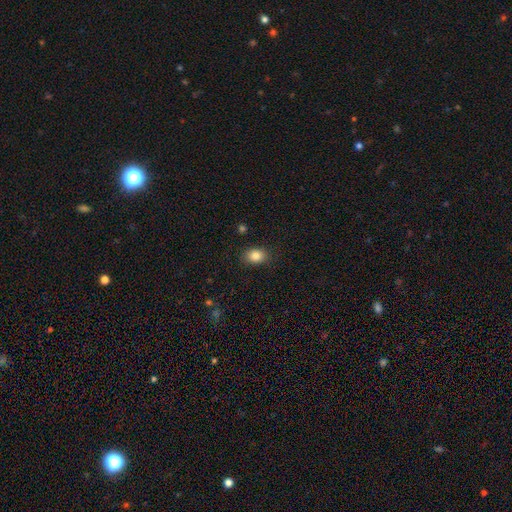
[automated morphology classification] Q: Smooth or featured?
A: smooth (85%); runner-up: star or artifact (10%)
Q: How rounded?
A: in between (66%); runner-up: round (33%)
Q: Merging?
A: none (86%); runner-up: minor disturbance (10%)